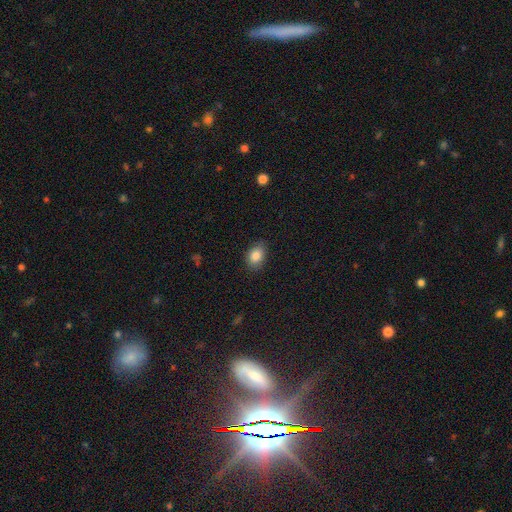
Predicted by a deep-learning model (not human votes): A smooth galaxy with no disk features (85%) that is in between round and cigar-shaped (76%).

Vote fractions:
- Smooth or featured? smooth: 85% / star or artifact: 8% / featured or disk: 6%
- How rounded? in between: 76% / round: 23% / cigar-shaped: 1%
- Merging? none: 81% / minor disturbance: 15% / major disturbance: 3% / merger: 1%